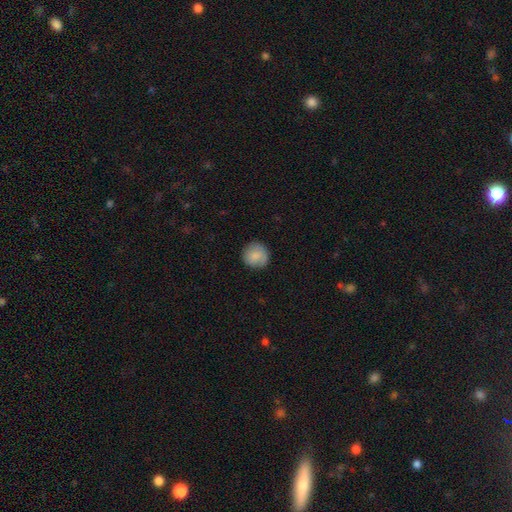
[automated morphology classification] Smooth or featured? smooth (83%)
How rounded? round (93%)
Merging? none (85%)